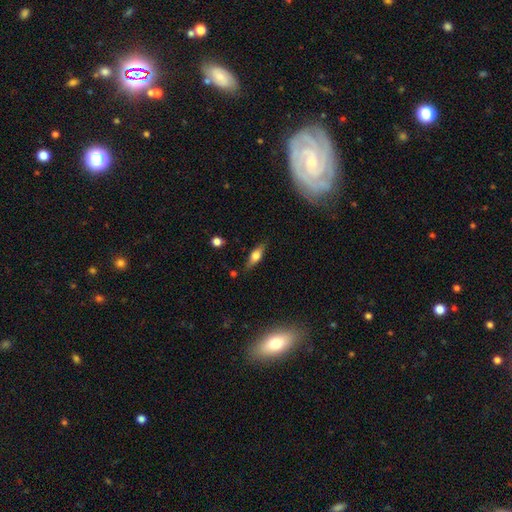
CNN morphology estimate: smooth-or-featured: smooth: 50% | featured or disk: 42% | star or artifact: 8%
  merging: none: 80% | minor disturbance: 14% | major disturbance: 4% | merger: 2%